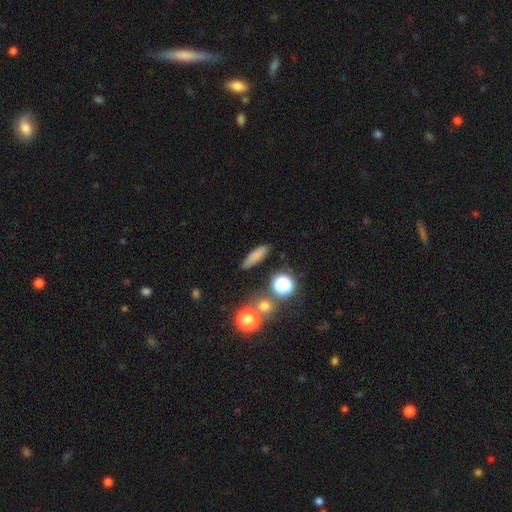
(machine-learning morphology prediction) The model was most divided on "how rounded": cigar-shaped: 60%, in between: 31%, round: 10%. More confident: merging — none (81%); smooth or featured — smooth (75%).